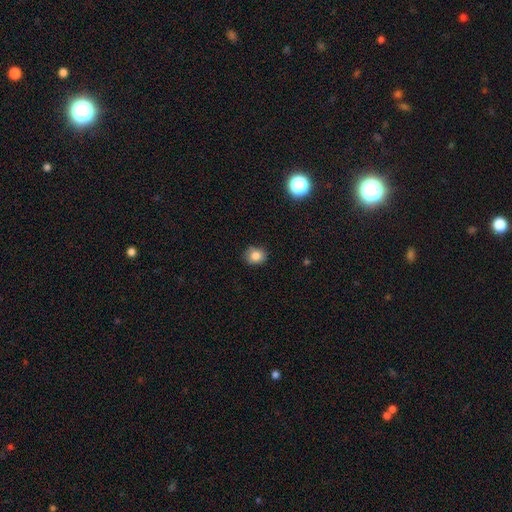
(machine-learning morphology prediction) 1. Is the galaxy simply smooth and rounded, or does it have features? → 81% smooth, 11% star or artifact, 8% featured or disk.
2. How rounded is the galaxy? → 65% round, 34% in between, 1% cigar-shaped.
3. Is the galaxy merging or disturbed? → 81% none, 15% minor disturbance, 3% major disturbance, 1% merger.